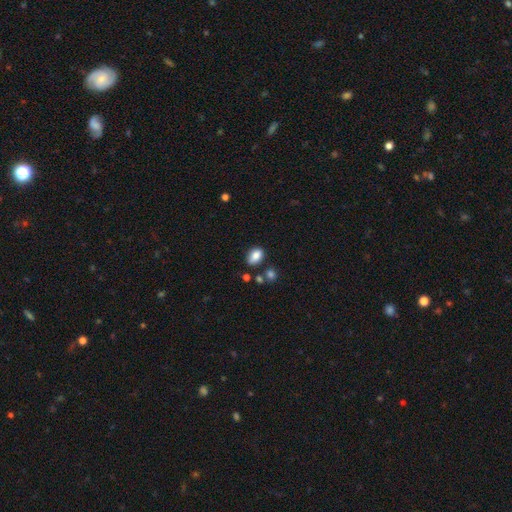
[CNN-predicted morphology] smooth_or_featured: smooth (p=0.85) [alt: star or artifact p=0.09]
how_rounded: in between (p=0.83) [alt: round p=0.15]
merging: none (p=0.70) [alt: minor disturbance p=0.18]